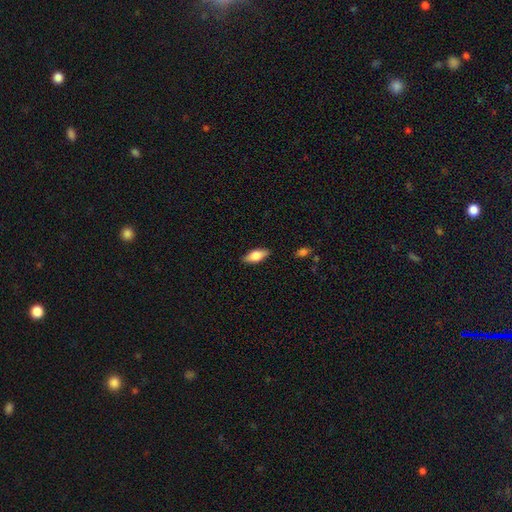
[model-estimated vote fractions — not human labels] A smooth galaxy with no disk features (70%) that is in between round and cigar-shaped (79%).

Vote fractions:
- Smooth or featured? smooth: 70% / featured or disk: 23% / star or artifact: 7%
- How rounded? in between: 79% / cigar-shaped: 19% / round: 3%
- Merging? none: 86% / minor disturbance: 10% / major disturbance: 2% / merger: 1%